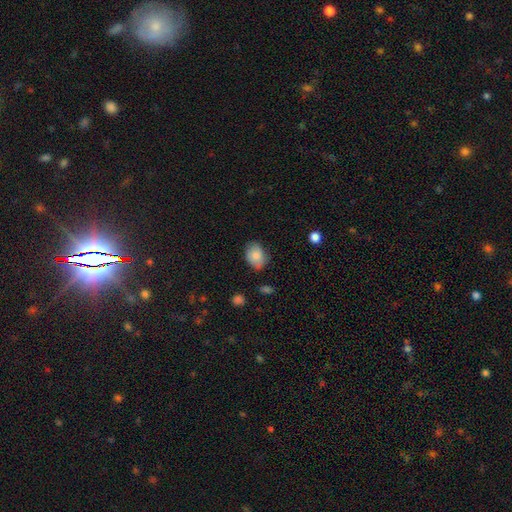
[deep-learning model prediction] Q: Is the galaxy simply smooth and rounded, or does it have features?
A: smooth — 82%.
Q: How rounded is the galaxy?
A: in between — 69%.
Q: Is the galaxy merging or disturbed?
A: none — 71%.